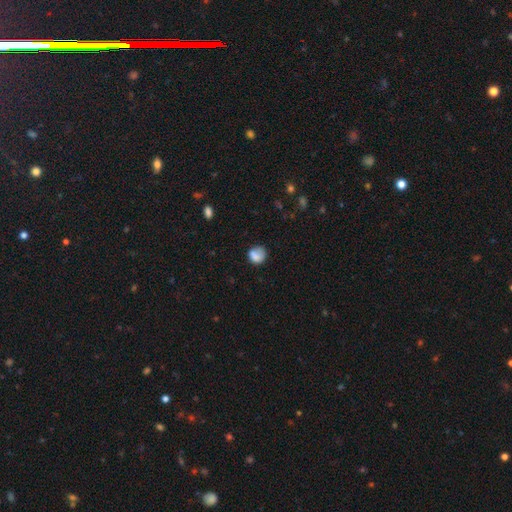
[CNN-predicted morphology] Q: Smooth or featured?
A: smooth (76%); runner-up: featured or disk (14%)
Q: How rounded?
A: round (73%); runner-up: in between (26%)
Q: Merging?
A: none (53%); runner-up: minor disturbance (25%)